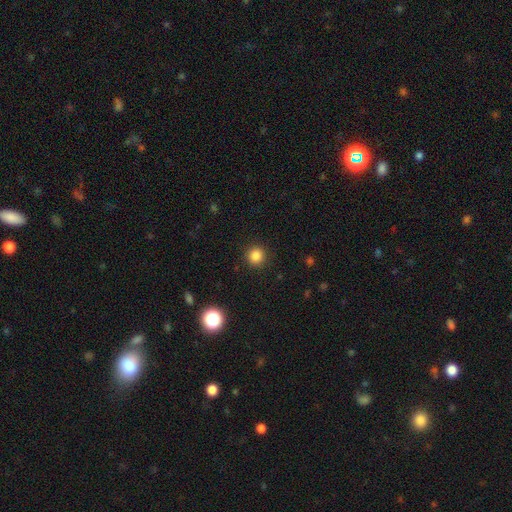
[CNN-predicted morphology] Smooth or featured? smooth (84%)
How rounded? round (93%)
Merging? none (91%)